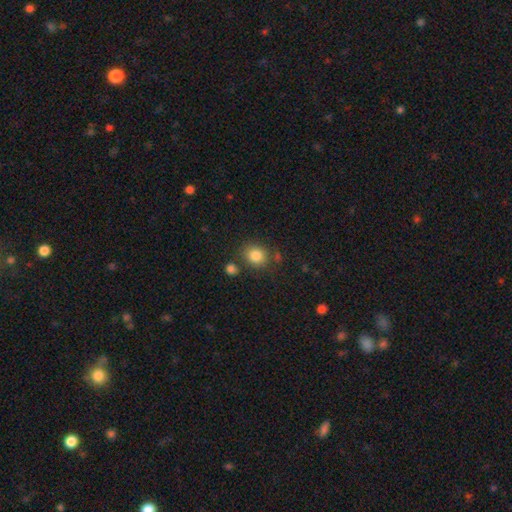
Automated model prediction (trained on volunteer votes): Smooth or featured? Predicted: smooth (p=0.84). How rounded? Predicted: round (p=0.78). Merging? Predicted: none (p=0.75).